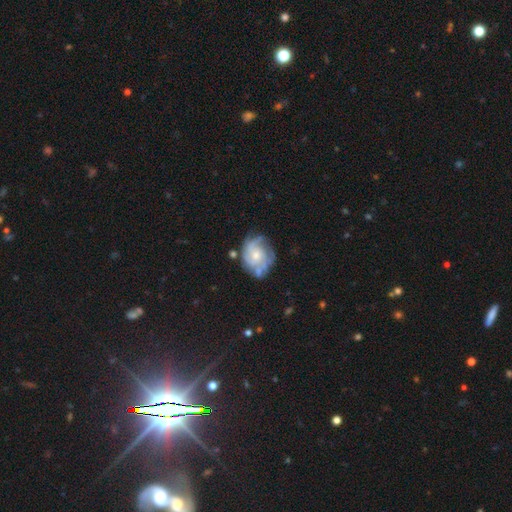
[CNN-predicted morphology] The model was most divided on "bulge size": small: 50%, moderate: 44%, none: 3%, large: 3%, dominant: 1%. Remaining: edge-on disk — no (98%); spiral arms — yes (88%); smooth or featured — featured or disk (77%); bar — no (77%); merging — none (61%); spiral winding — tight (54%); spiral arm count — can't tell (38%).